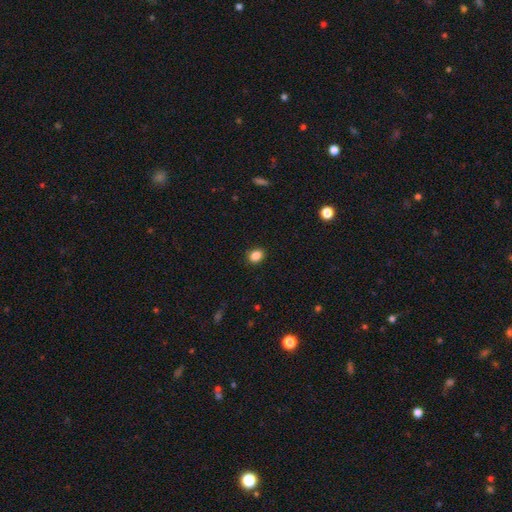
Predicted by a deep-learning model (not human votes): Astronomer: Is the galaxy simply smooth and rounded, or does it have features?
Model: smooth — 87%.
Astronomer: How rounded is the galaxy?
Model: round — 57% (runner-up: in between, 42%).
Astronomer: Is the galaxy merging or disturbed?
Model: none — 90%.